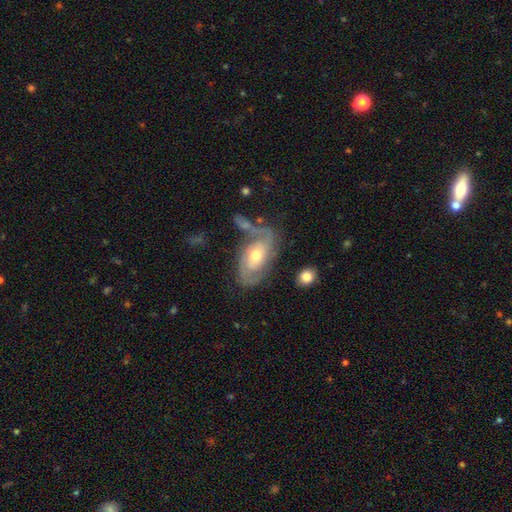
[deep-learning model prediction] smooth-or-featured: featured or disk: 79% | smooth: 14% | star or artifact: 6%
  disk-edge-on: no: 94% | yes: 6%
    bar: no: 65% | weak: 27% | strong: 7%
    has-spiral-arms: yes: 91% | no: 9%
      spiral-winding: tight: 44% | medium: 40% | loose: 16%
      spiral-arm-count: 2: 70% | can't tell: 16% | 3: 5% | 1: 5% | 4: 2% | more than 4: 2%
    bulge-size: moderate: 65% | small: 28% | large: 5% | none: 1% | dominant: 1%
  merging: none: 55% | minor disturbance: 20% | major disturbance: 13% | merger: 12%